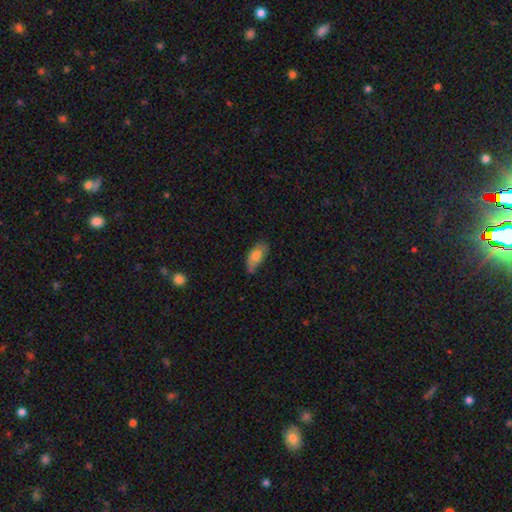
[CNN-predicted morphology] Smooth or featured? Predicted: smooth (p=0.77). How rounded? Predicted: in between (p=0.88). Merging? Predicted: none (p=0.57).